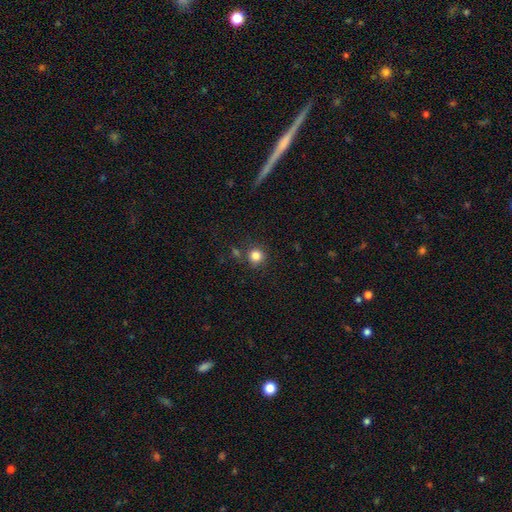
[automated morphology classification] This appears to be a smooth galaxy with no disk features (83%) that is round (91%). Merging: none (79%).